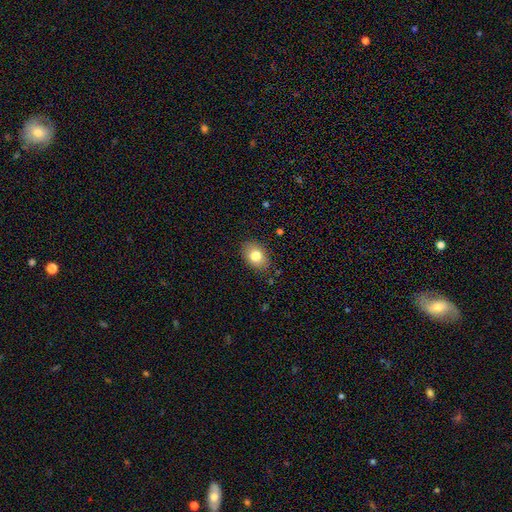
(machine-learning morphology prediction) A smooth galaxy with no disk features (80%) that is in between round and cigar-shaped (72%). Merging: none (83%).